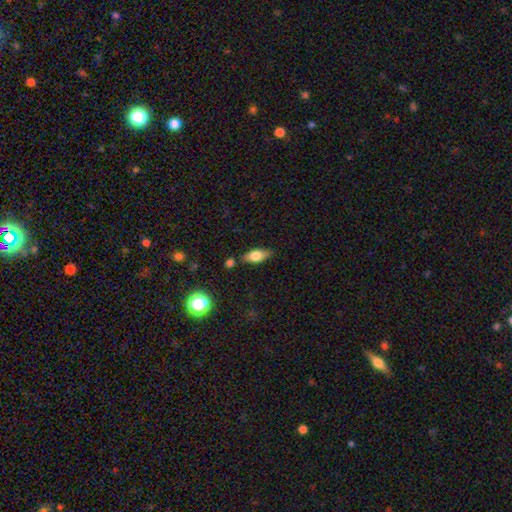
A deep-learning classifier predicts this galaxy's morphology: smooth_or_featured: smooth (p=0.72) [alt: featured or disk p=0.20]
how_rounded: in between (p=0.78) [alt: cigar-shaped p=0.18]
merging: none (p=0.76) [alt: minor disturbance p=0.15]